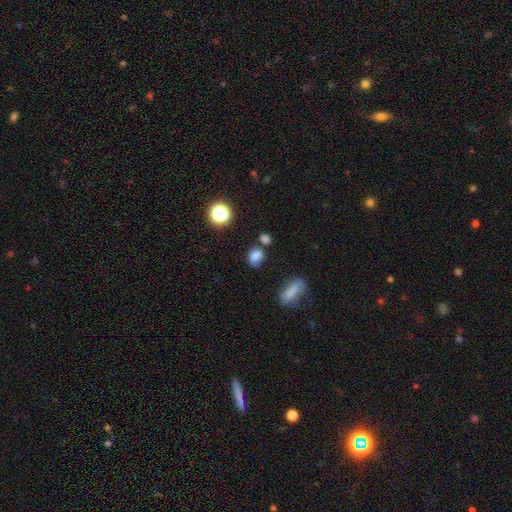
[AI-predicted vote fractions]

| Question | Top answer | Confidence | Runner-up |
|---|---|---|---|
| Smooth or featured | smooth | 78% | star or artifact (15%) |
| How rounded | in between | 61% | round (37%) |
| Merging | none | 61% | minor disturbance (18%) |